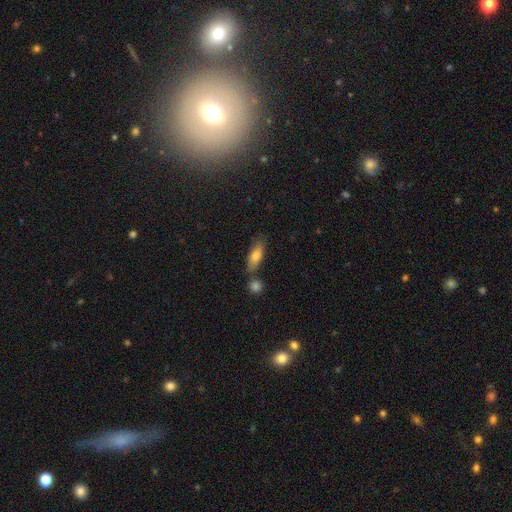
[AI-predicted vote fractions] smooth-or-featured: smooth: 75% | featured or disk: 17% | star or artifact: 8%
  how-rounded: in between: 64% | cigar-shaped: 33% | round: 3%
  merging: none: 67% | merger: 15% | minor disturbance: 14% | major disturbance: 4%